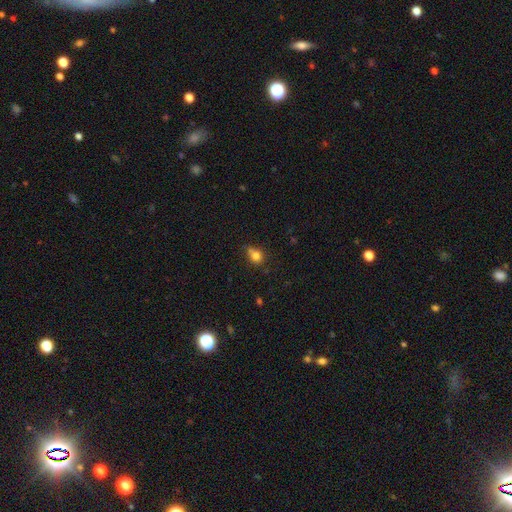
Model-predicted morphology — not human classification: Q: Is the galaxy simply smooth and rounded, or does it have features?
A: smooth — 79%.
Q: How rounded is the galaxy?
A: round — 66%.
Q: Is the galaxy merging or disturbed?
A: none — 55%.